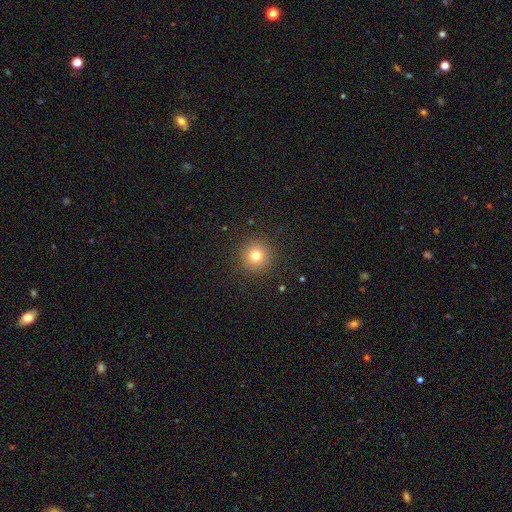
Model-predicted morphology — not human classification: Smooth or featured? Predicted: smooth (p=0.76). How rounded? Predicted: round (p=0.96). Merging? Predicted: none (p=0.92).